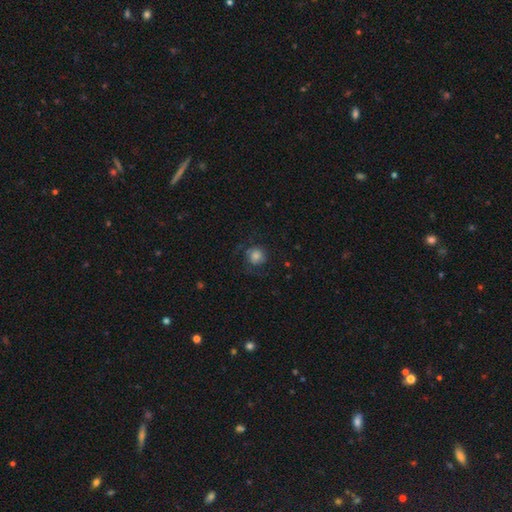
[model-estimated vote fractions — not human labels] Morphology: type=smooth (73%); roundness=round (88%); merging=none (64%).